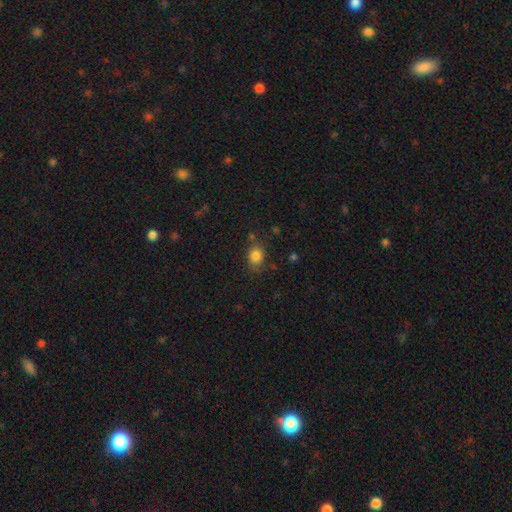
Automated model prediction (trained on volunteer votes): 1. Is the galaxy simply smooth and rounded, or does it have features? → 83% smooth, 11% star or artifact, 6% featured or disk.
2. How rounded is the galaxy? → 53% in between, 45% round, 1% cigar-shaped.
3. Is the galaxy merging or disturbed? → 73% none, 17% minor disturbance, 5% major disturbance, 4% merger.